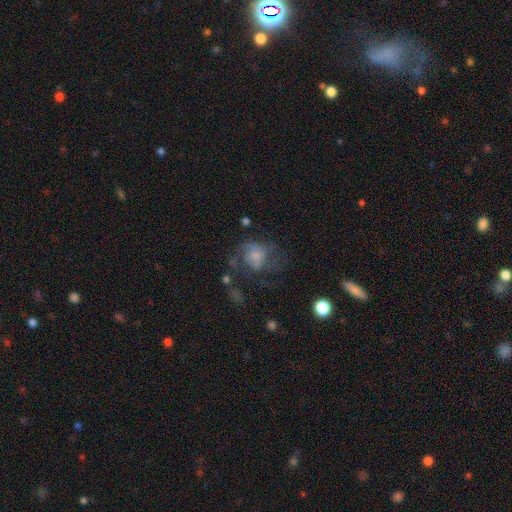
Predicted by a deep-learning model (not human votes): Morphology: type=smooth (52%); roundness=round (58%); merging=major disturbance (44%).